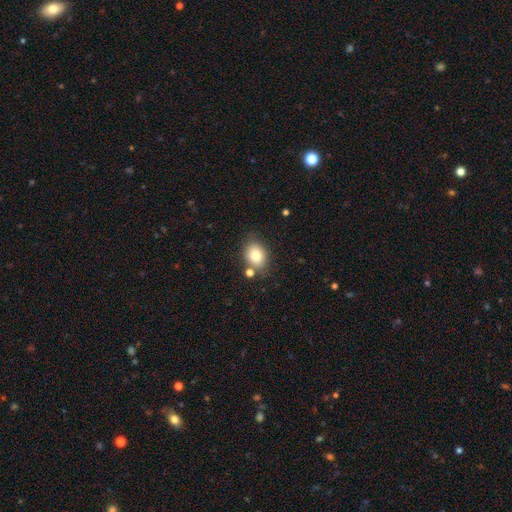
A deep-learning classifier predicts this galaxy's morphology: Smooth or featured? Predicted: smooth (p=0.80). How rounded? Predicted: in between (p=0.68). Merging? Predicted: none (p=0.73).